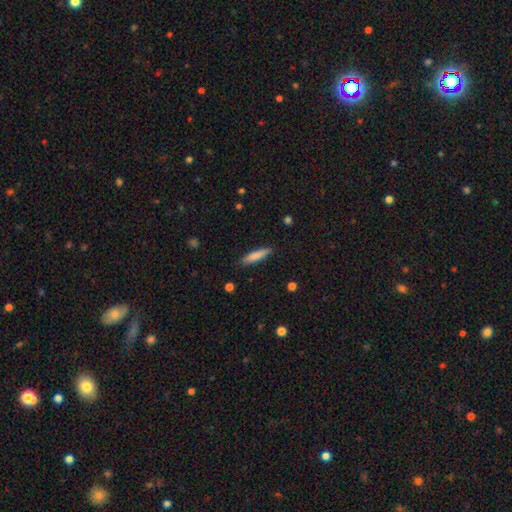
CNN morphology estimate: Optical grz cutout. It shows a smooth galaxy with no disk features (79%) that is cigar-shaped (82%). Merging: none (87%).